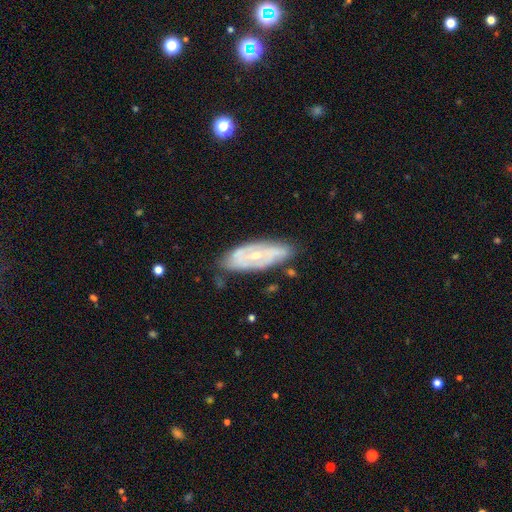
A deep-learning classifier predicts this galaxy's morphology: smooth-or-featured: featured or disk: 67% | smooth: 26% | star or artifact: 7%
  disk-edge-on: no: 83% | yes: 17%
    bar: no: 70% | weak: 23% | strong: 7%
    has-spiral-arms: yes: 64% | no: 36%
    bulge-size: small: 66% | moderate: 30% | none: 2% | large: 1% | dominant: 1%
  merging: none: 74% | minor disturbance: 20% | major disturbance: 4% | merger: 2%